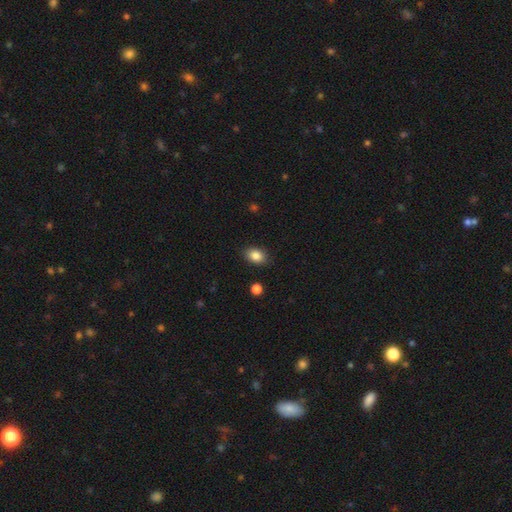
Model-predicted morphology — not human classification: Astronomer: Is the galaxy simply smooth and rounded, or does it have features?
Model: smooth — 85%.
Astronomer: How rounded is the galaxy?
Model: in between — 76%.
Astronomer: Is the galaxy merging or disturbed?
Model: none — 87%.